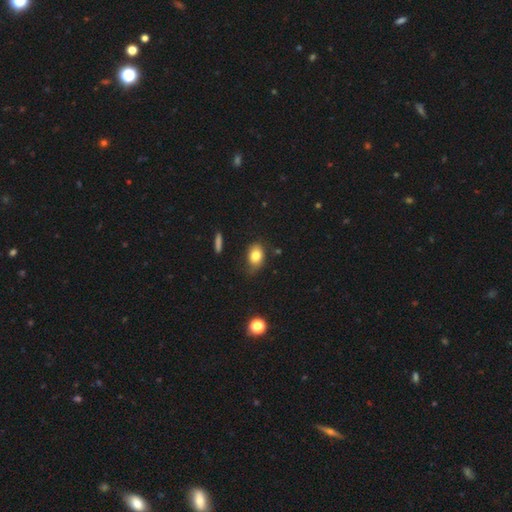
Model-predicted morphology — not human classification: Smooth or featured: smooth — 80% (featured or disk — 10%)
How rounded: in between — 76% (round — 22%)
Merging: none — 65% (minor disturbance — 27%)